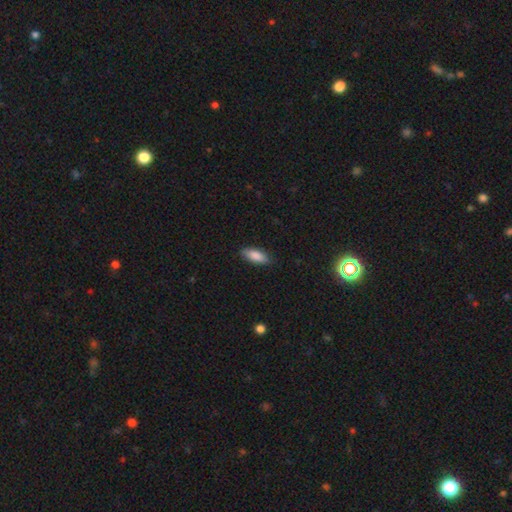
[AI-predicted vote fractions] This is clearly a smooth galaxy (86%). How rounded: likely in between (77%). Merging: clearly none (83%).